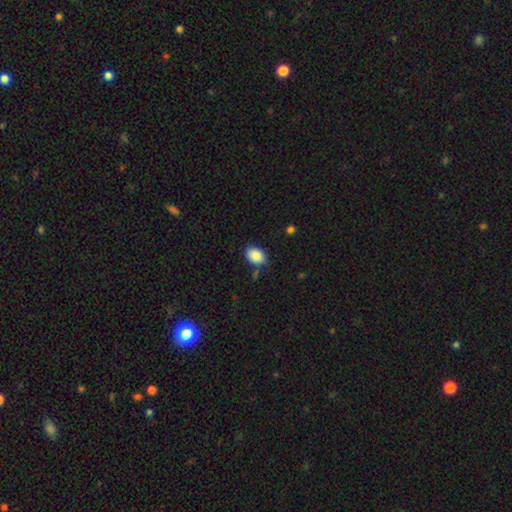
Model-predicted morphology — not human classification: Q: Smooth or featured?
A: smooth (88%); runner-up: star or artifact (8%)
Q: How rounded?
A: in between (82%); runner-up: round (17%)
Q: Merging?
A: none (75%); runner-up: minor disturbance (17%)